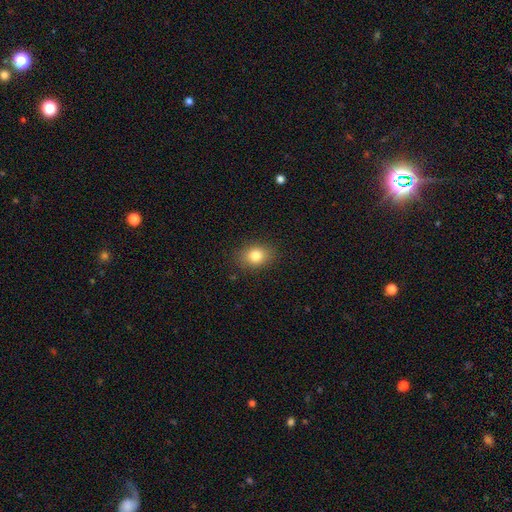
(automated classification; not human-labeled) This appears to be a smooth galaxy with no disk features (81%) that is in between round and cigar-shaped (62%). Merging: none (87%).